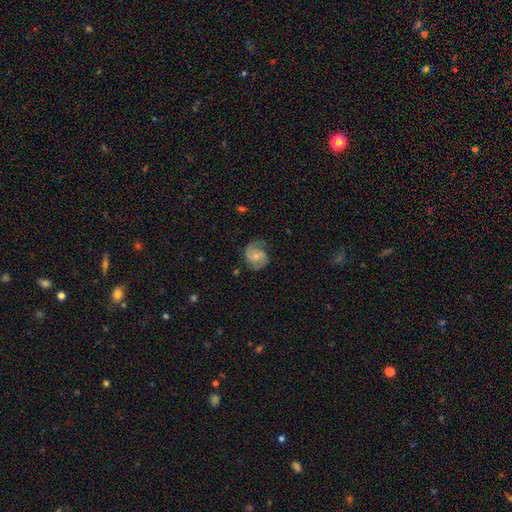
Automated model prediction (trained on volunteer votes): Smooth or featured? featured or disk (63%)
Edge-on disk? no (98%)
Bar? no (47%)
Spiral arms? yes (91%)
Spiral winding? medium (48%)
Spiral arm count? 2 (81%)
Bulge size? small (55%)
Merging? none (66%)